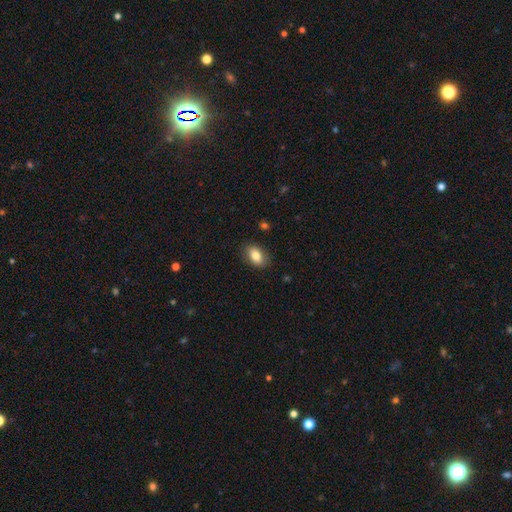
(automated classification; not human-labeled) A smooth galaxy with no disk features (83%) that is in between round and cigar-shaped (87%).

Vote fractions:
- Smooth or featured? smooth: 83% / featured or disk: 9% / star or artifact: 8%
- How rounded? in between: 87% / round: 11% / cigar-shaped: 2%
- Merging? none: 85% / minor disturbance: 11% / major disturbance: 3% / merger: 1%